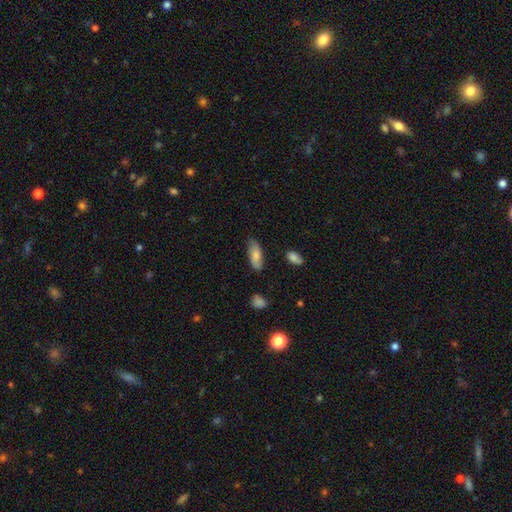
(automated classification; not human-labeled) Overall: smooth (74%). How rounded: in between (78%). Merging: none (75%).